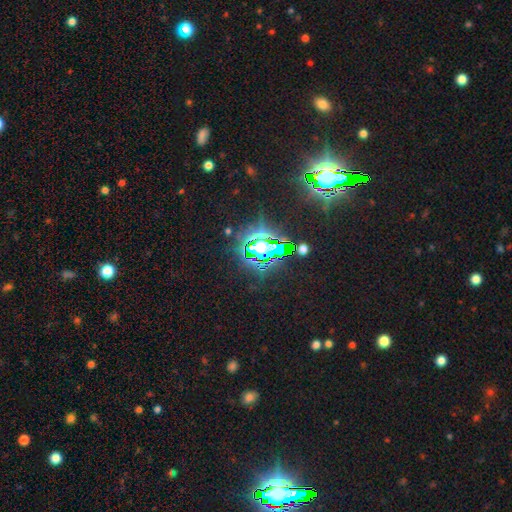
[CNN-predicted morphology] smooth_or_featured: star or artifact (p=0.82) [alt: smooth p=0.10]